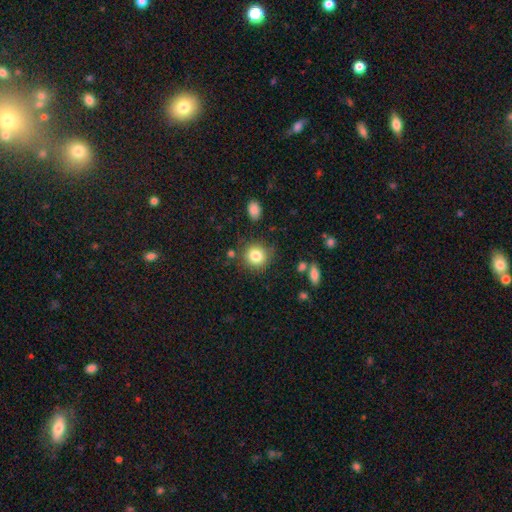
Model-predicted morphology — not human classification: A smooth galaxy with no disk features (83%) that is round (86%). Merging: none (80%).